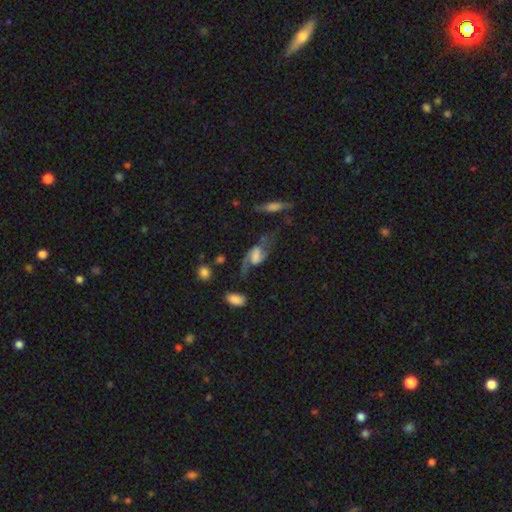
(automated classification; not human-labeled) A featured or disk galaxy (74%) with a weak bar (43%), 2 (88%) loose (63%) spiral arms (90%) and no central bulge (34%).

Vote fractions:
- Smooth or featured? featured or disk: 74% / smooth: 18% / star or artifact: 8%
- Edge-on disk? no: 92% / yes: 8%
- Bar? weak: 43% / no: 32% / strong: 25%
- Spiral arms? yes: 90% / no: 10%
- Spiral winding? loose: 63% / medium: 29% / tight: 7%
- Spiral arm count? 2: 88% / 1: 5% / can't tell: 4% / 3: 1% / 4: 1% / more than 4: 1%
- Bulge size? none: 34% / large: 28% / moderate: 18% / small: 15% / dominant: 5%
- Merging? none: 49% / major disturbance: 22% / minor disturbance: 20% / merger: 9%